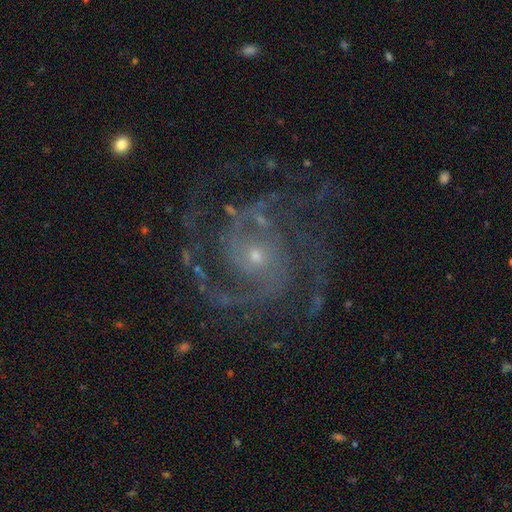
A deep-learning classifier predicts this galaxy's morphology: smooth_or_featured: featured or disk (p=0.91) [alt: star or artifact p=0.07]
disk_edge_on: no (p=0.98) [alt: yes p=0.02]
bar: no (p=0.67) [alt: weak p=0.24]
has_spiral_arms: yes (p=0.98) [alt: no p=0.02]
spiral_winding: tight (p=0.50) [alt: medium p=0.43]
spiral_arm_count: 2 (p=0.49) [alt: 3 p=0.21]
bulge_size: small (p=0.74) [alt: moderate p=0.21]
merging: none (p=0.76) [alt: minor disturbance p=0.13]